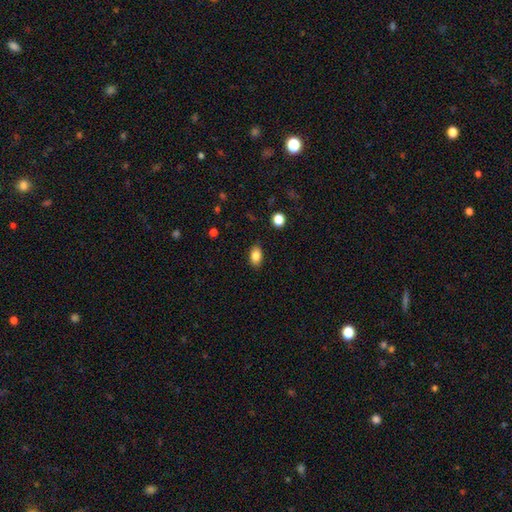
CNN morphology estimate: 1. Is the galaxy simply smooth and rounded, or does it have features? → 85% smooth, 9% star or artifact, 6% featured or disk.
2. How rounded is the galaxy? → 87% in between, 11% round, 2% cigar-shaped.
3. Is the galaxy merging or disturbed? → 87% none, 9% minor disturbance, 2% major disturbance, 1% merger.